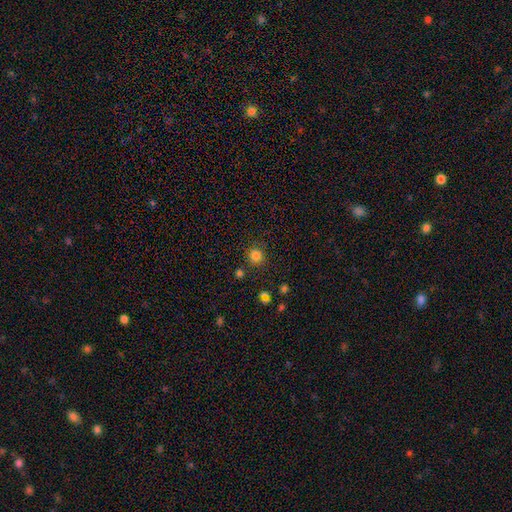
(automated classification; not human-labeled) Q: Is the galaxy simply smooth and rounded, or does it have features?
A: smooth — 81%.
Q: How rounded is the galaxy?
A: round — 87%.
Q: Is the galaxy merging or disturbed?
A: none — 85%.